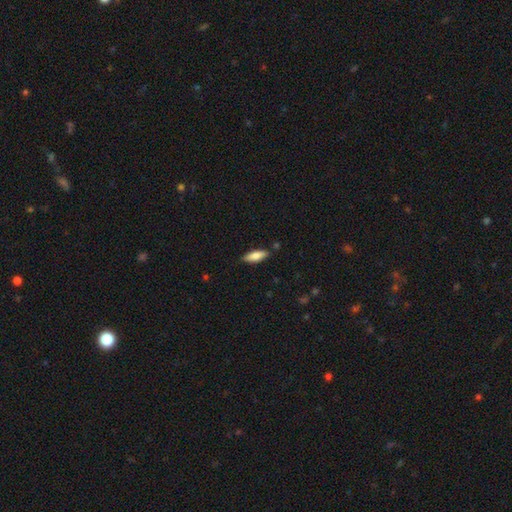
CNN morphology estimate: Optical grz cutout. It shows a smooth galaxy with no disk features (76%) that is in between round and cigar-shaped (58%). Merging: none (84%).